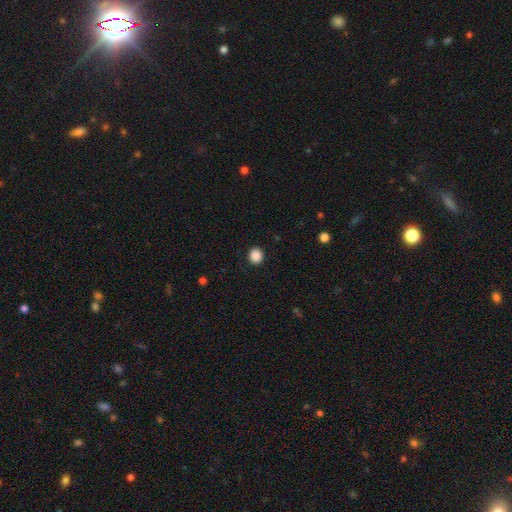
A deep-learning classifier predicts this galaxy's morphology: This is clearly a smooth galaxy (88%). How rounded: clearly round (87%). Merging: clearly none (92%).